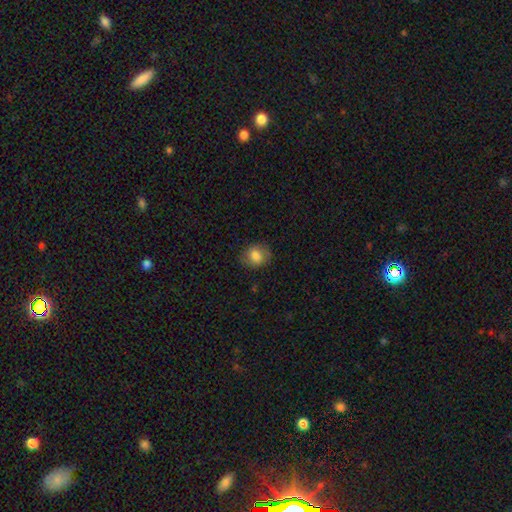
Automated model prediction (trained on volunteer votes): Morphology: type=smooth (80%); roundness=round (69%); merging=none (81%).